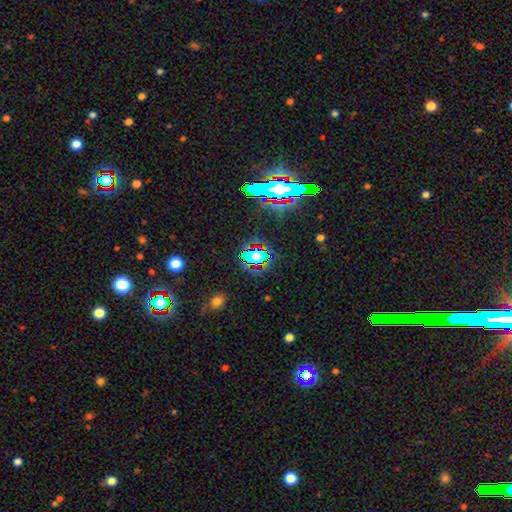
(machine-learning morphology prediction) Smooth or featured? star or artifact (54%)